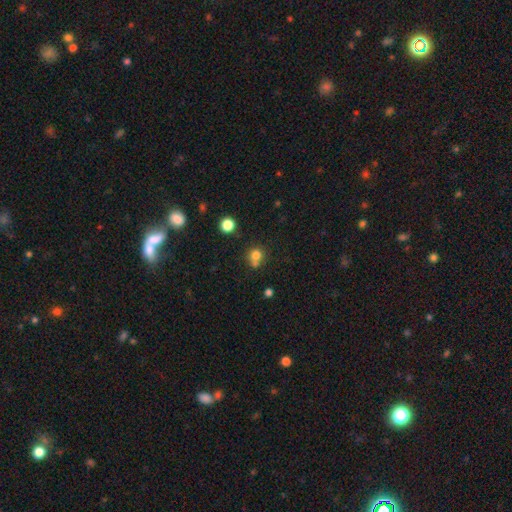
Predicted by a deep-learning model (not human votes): Overall: smooth (77%). How rounded: round (86%). Merging: none (54%; merger 32%).